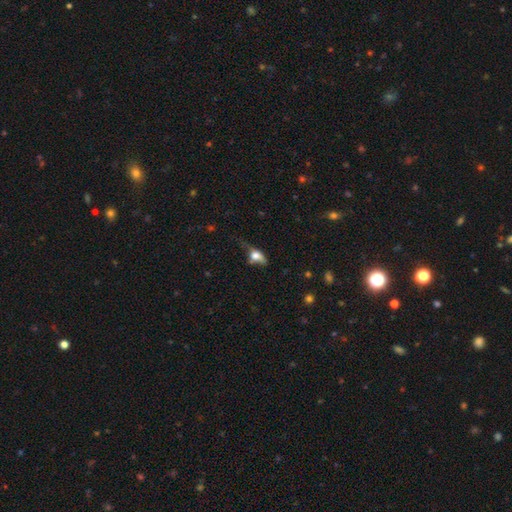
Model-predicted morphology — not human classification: smooth_or_featured: smooth (p=0.61) [alt: featured or disk p=0.28]
how_rounded: in between (p=0.69) [alt: round p=0.16]
merging: minor disturbance (p=0.31) [alt: none p=0.30]